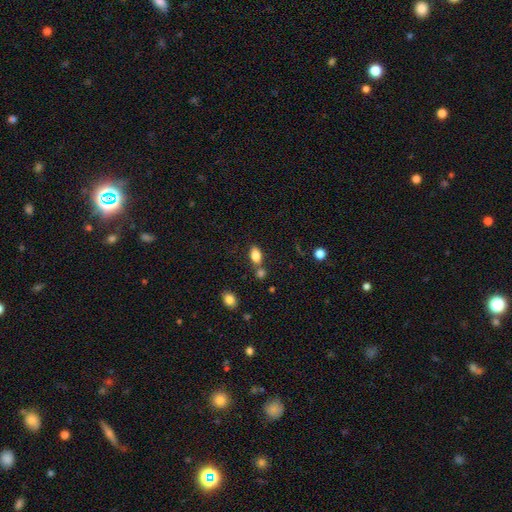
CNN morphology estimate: This is clearly a smooth galaxy (81%). How rounded: clearly in between (88%). Merging: likely none (65%).